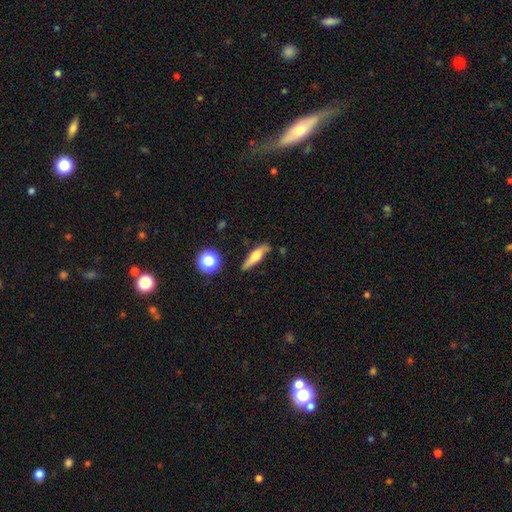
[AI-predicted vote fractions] A smooth galaxy with no disk features (53%) that is cigar-shaped (70%).

Vote fractions:
- Smooth or featured? smooth: 53% / featured or disk: 38% / star or artifact: 9%
- How rounded? cigar-shaped: 70% / in between: 25% / round: 5%
- Merging? none: 75% / minor disturbance: 18% / major disturbance: 4% / merger: 3%